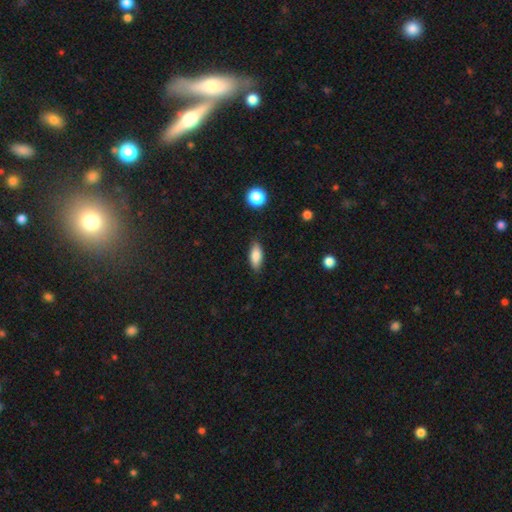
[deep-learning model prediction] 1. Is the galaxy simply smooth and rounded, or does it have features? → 84% smooth, 9% featured or disk, 8% star or artifact.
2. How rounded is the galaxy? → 83% in between, 14% cigar-shaped, 3% round.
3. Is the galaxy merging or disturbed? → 83% none, 13% minor disturbance, 3% major disturbance, 1% merger.